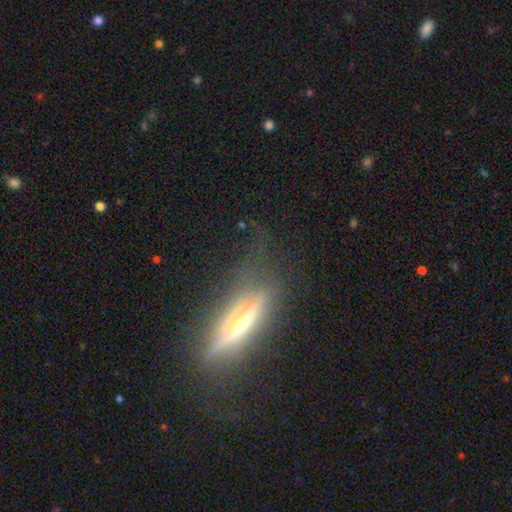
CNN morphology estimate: Q: Smooth or featured?
A: featured or disk (71%); runner-up: smooth (21%)
Q: Edge-on disk?
A: yes (83%); runner-up: no (17%)
Q: Edge-on bulge?
A: rounded (80%); runner-up: none (13%)
Q: Merging?
A: none (62%); runner-up: minor disturbance (23%)